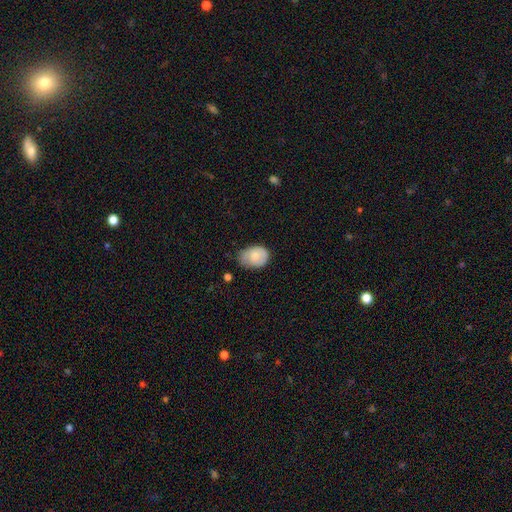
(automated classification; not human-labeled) Smooth or featured: smooth — 74% (featured or disk — 19%)
How rounded: in between — 70% (round — 29%)
Merging: none — 46% (minor disturbance — 42%)